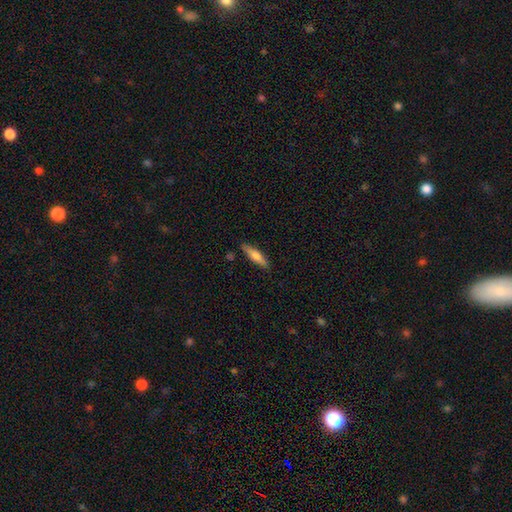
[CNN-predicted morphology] The model was most divided on "smooth or featured": smooth: 57%, featured or disk: 37%, star or artifact: 6%. More confident: merging — none (86%); how rounded — cigar-shaped (75%).